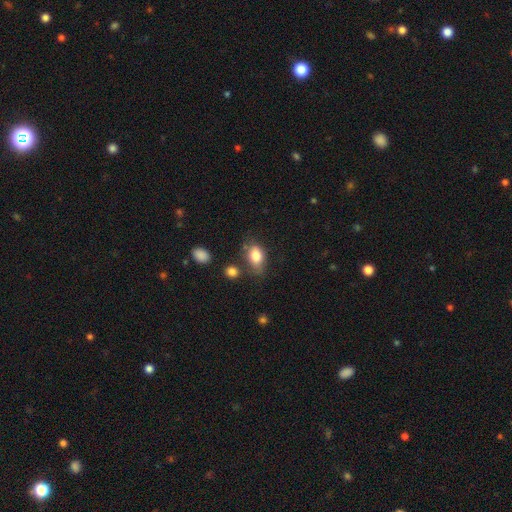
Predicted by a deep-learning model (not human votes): A smooth galaxy with no disk features (82%) that is in between round and cigar-shaped (84%). Merging: none (61%).